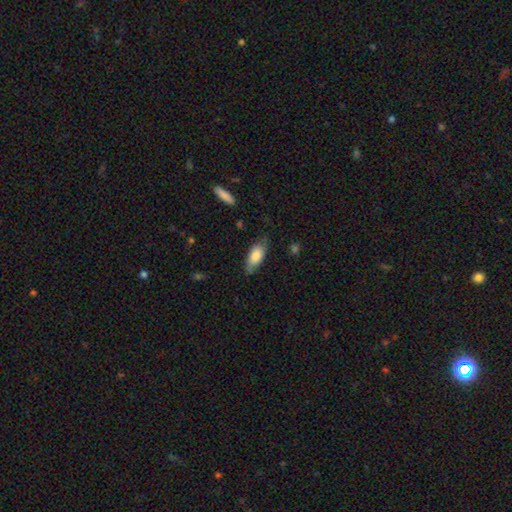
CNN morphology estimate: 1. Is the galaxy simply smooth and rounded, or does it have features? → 77% smooth, 17% featured or disk, 6% star or artifact.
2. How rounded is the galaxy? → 82% in between, 16% cigar-shaped, 2% round.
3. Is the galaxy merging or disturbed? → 72% none, 22% minor disturbance, 4% major disturbance, 1% merger.